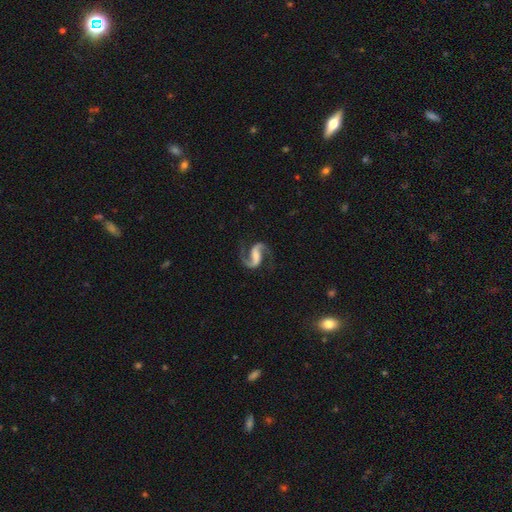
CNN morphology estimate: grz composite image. It shows a featured or disk galaxy (92%) with a weak bar (40%), 2 (94%) medium (53%) spiral arms (98%) and no central bulge (31%). Merging: none (79%).